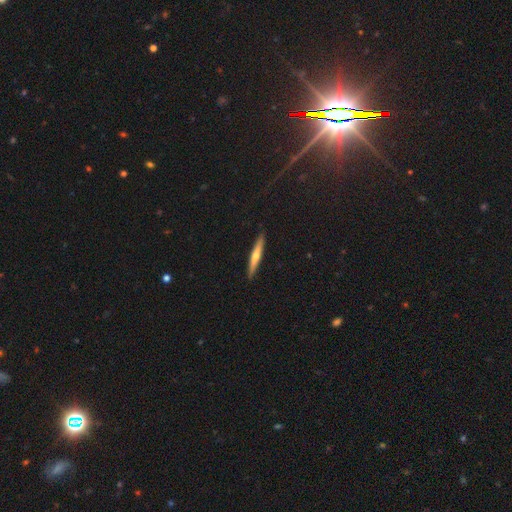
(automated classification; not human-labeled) A featured or disk galaxy (48%).

Vote fractions:
- Smooth or featured? featured or disk: 48% / smooth: 47% / star or artifact: 6%
- Merging? none: 91% / minor disturbance: 7% / major disturbance: 1% / merger: 1%